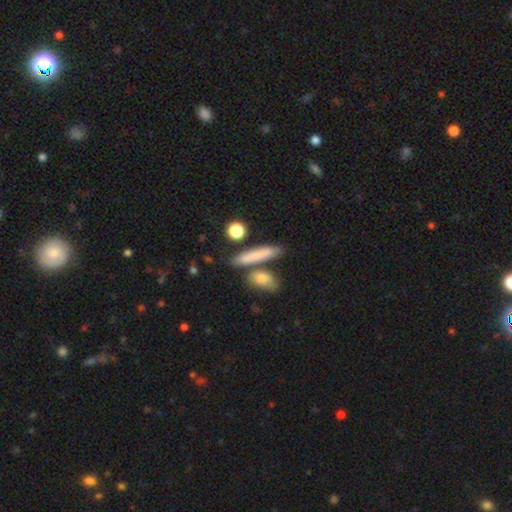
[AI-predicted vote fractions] Smooth or featured?
  - smooth: 76% *
  - featured or disk: 17%
  - star or artifact: 7%
How rounded?
  - cigar-shaped: 74% *
  - in between: 19%
  - round: 7%
Merging?
  - none: 71% *
  - merger: 14%
  - minor disturbance: 12%
  - major disturbance: 4%